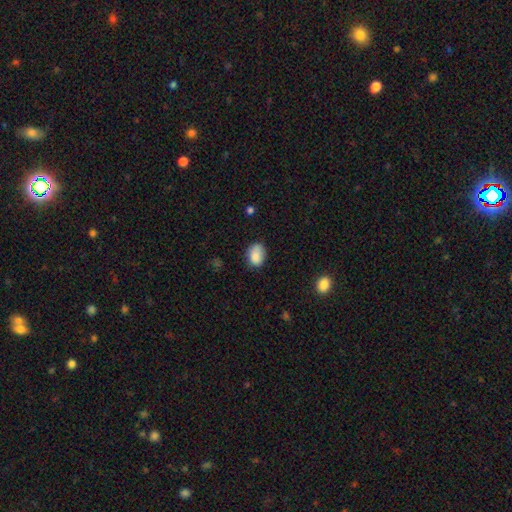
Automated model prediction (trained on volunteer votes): smooth_or_featured: smooth (p=0.85) [alt: star or artifact p=0.08]
how_rounded: in between (p=0.74) [alt: round p=0.25]
merging: none (p=0.67) [alt: minor disturbance p=0.25]